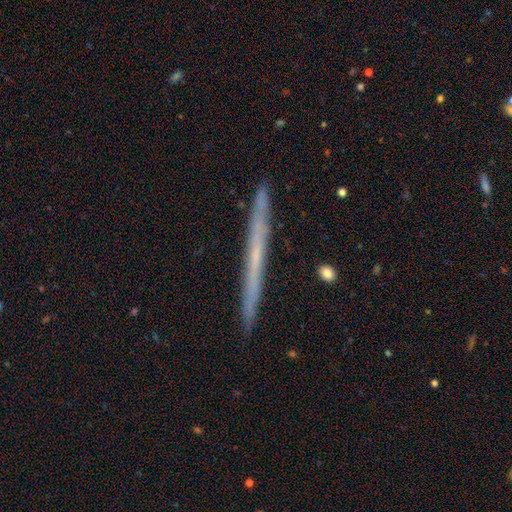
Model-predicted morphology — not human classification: A featured or disk galaxy (56%) viewed edge-on (97%) with no central bulge (90%). Merging: none (91%).